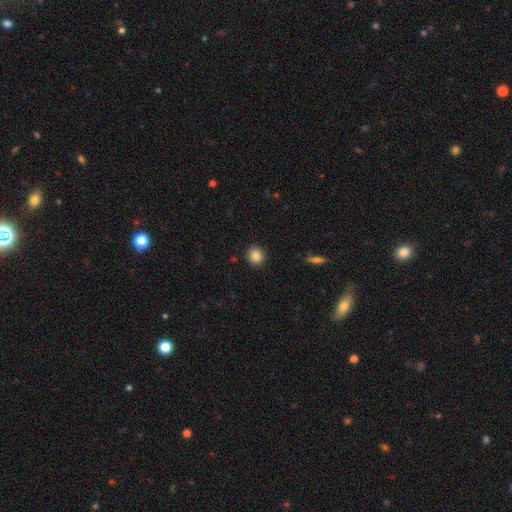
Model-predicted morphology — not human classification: Q: Smooth or featured?
A: smooth (85%); runner-up: star or artifact (10%)
Q: How rounded?
A: round (89%); runner-up: in between (10%)
Q: Merging?
A: none (92%); runner-up: minor disturbance (6%)